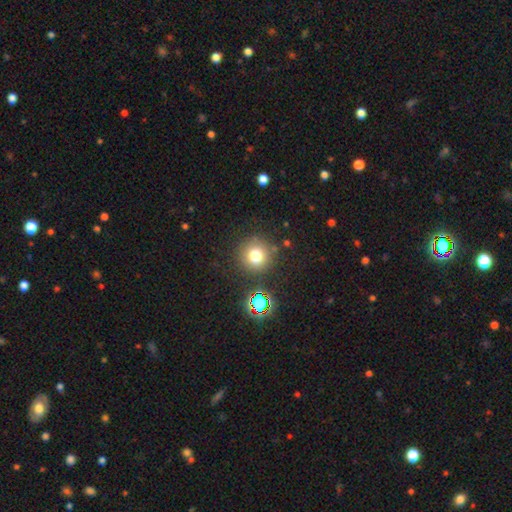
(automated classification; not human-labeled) smooth 74%, star or artifact 18%, featured or disk 8%. Down the decision tree: how rounded — round (95%); merging — none (85%).